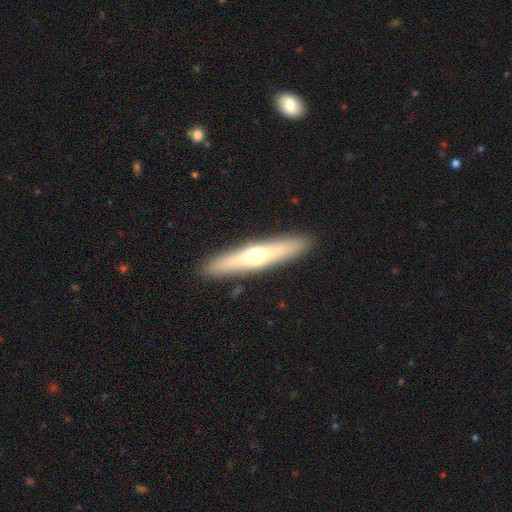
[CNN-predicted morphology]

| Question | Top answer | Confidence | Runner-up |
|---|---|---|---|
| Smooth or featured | featured or disk | 49% | smooth (45%) |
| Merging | none | 91% | minor disturbance (6%) |